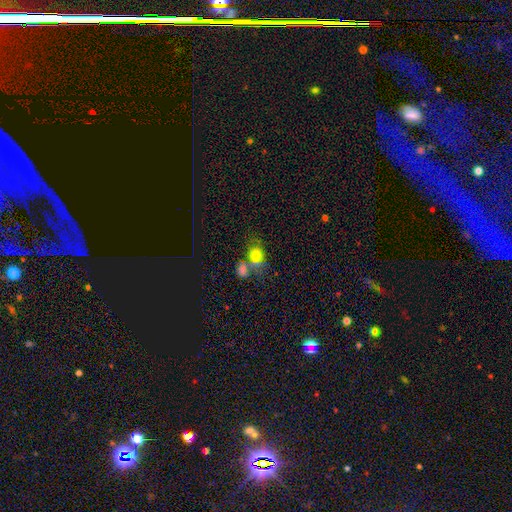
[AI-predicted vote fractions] smooth-or-featured: smooth: 75% | featured or disk: 14% | star or artifact: 12%
  how-rounded: round: 56% | in between: 42% | cigar-shaped: 2%
  merging: merger: 40% | none: 39% | minor disturbance: 14% | major disturbance: 8%